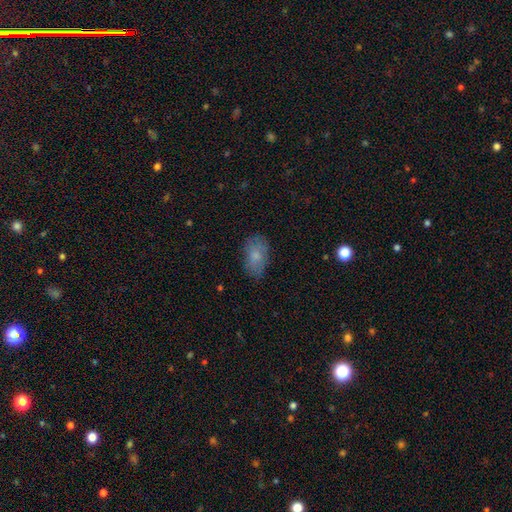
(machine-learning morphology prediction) Smooth or featured? Predicted: smooth (p=0.75). How rounded? Predicted: in between (p=0.90). Merging? Predicted: none (p=0.75).